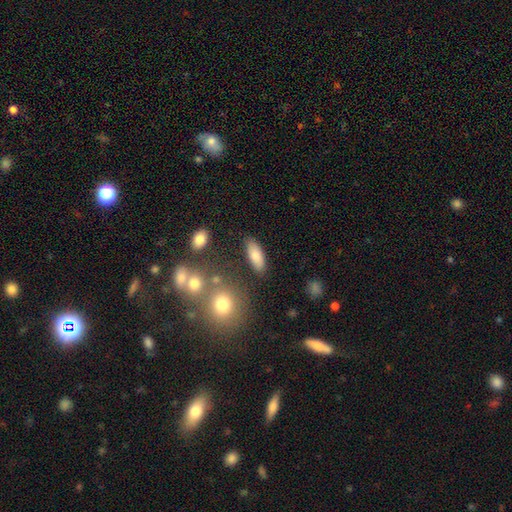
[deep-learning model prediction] Smooth or featured: smooth — 80% (featured or disk — 12%)
How rounded: in between — 75% (cigar-shaped — 22%)
Merging: none — 83% (minor disturbance — 10%)